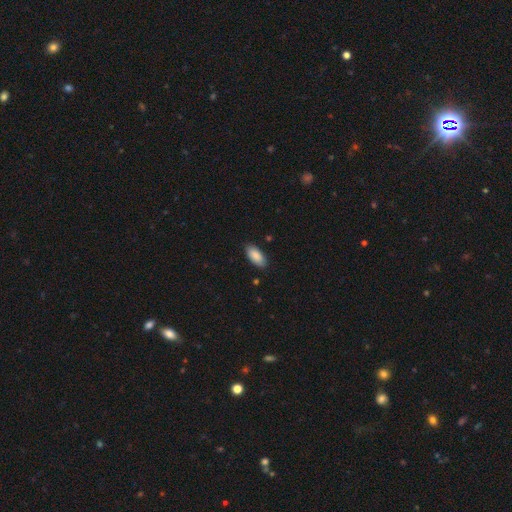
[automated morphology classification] Smooth or featured? smooth (89%)
How rounded? in between (89%)
Merging? none (87%)